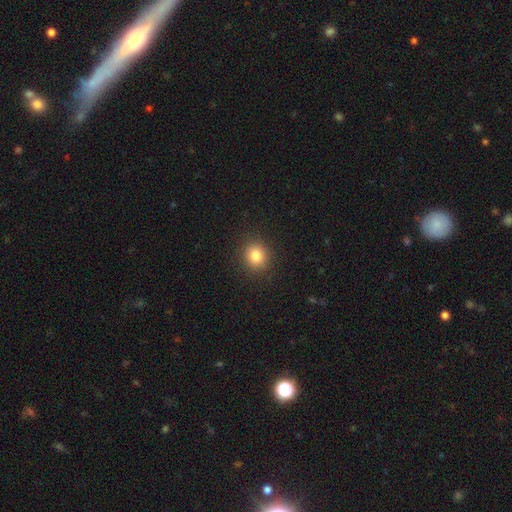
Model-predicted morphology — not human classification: A smooth galaxy with no disk features (83%) that is round (83%). Merging: none (91%).